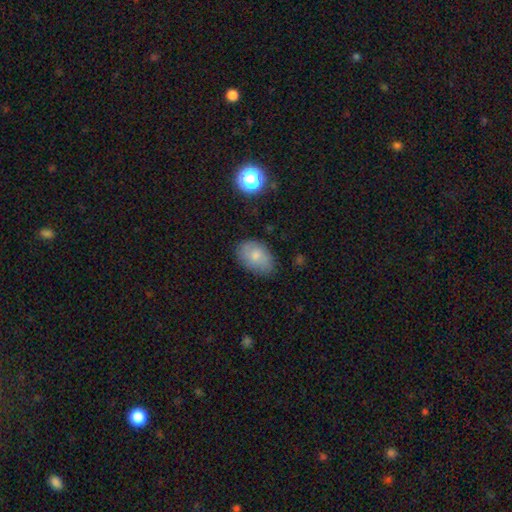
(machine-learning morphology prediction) Overall: smooth (75%). How rounded: in between (86%). Merging: none (75%).